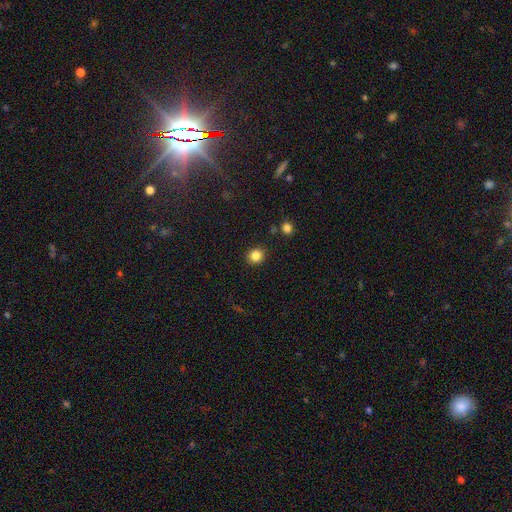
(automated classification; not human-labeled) Smooth or featured? Predicted: smooth (p=0.84). How rounded? Predicted: round (p=0.88). Merging? Predicted: none (p=0.91).